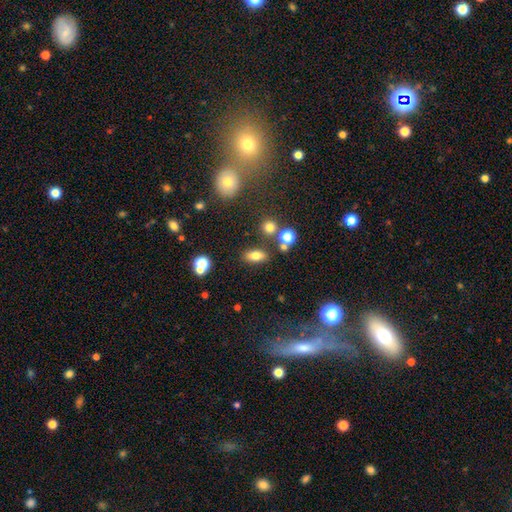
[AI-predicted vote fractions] smooth-or-featured: smooth: 75% | star or artifact: 13% | featured or disk: 11%
  how-rounded: in between: 81% | round: 11% | cigar-shaped: 8%
  merging: none: 79% | minor disturbance: 10% | merger: 7% | major disturbance: 4%